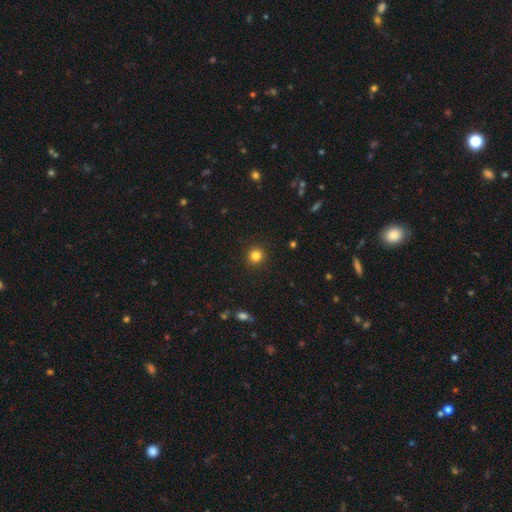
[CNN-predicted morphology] This is clearly a smooth galaxy (83%). How rounded: clearly round (94%). Merging: clearly none (92%).